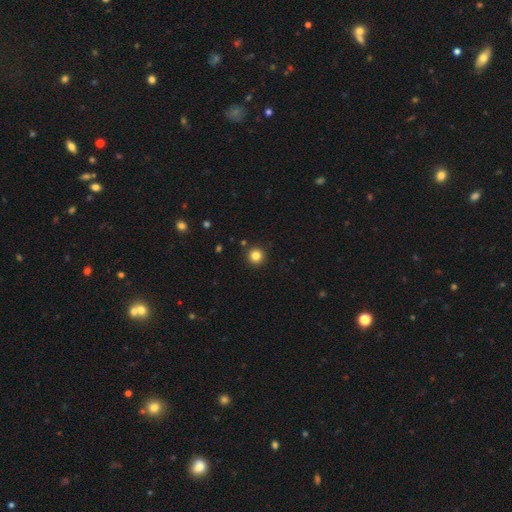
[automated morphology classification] A smooth galaxy with no disk features (82%) that is round (96%). Merging: none (92%).